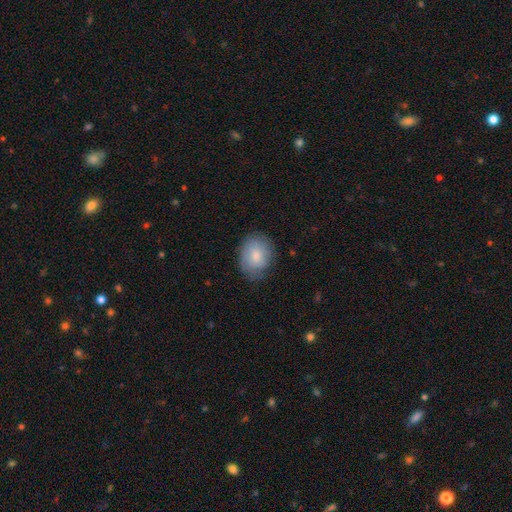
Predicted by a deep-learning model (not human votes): Smooth or featured: smooth — 78% (featured or disk — 15%)
How rounded: in between — 55% (round — 44%)
Merging: none — 75% (minor disturbance — 19%)